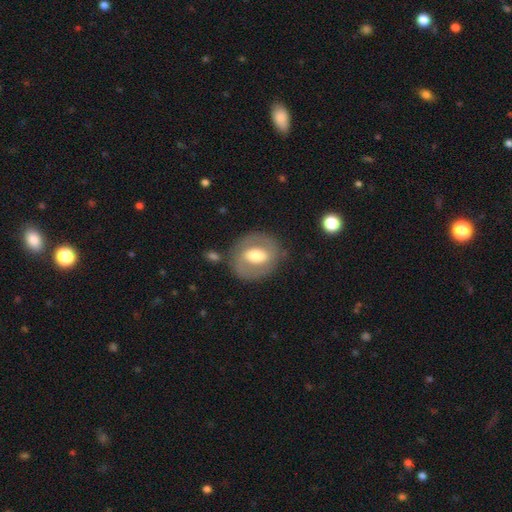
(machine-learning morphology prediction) A featured or disk galaxy (58%) with a weak bar (39%), no spiral arms (54%) and a moderate central bulge (62%).

Vote fractions:
- Smooth or featured? featured or disk: 58% / smooth: 36% / star or artifact: 6%
- Edge-on disk? no: 94% / yes: 6%
- Bar? weak: 39% / strong: 34% / no: 27%
- Spiral arms? no: 54% / yes: 46%
- Bulge size? moderate: 62% / large: 23% / small: 12% / dominant: 2% / none: 1%
- Merging? none: 75% / minor disturbance: 14% / major disturbance: 7% / merger: 4%